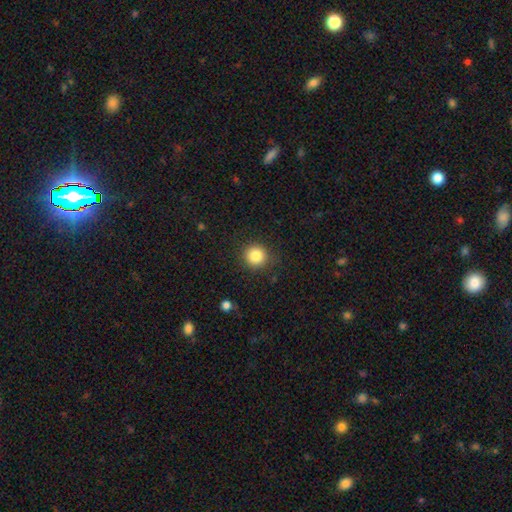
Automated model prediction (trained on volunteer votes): The model was most divided on "smooth or featured": smooth: 85%, star or artifact: 10%, featured or disk: 5%. More confident: how rounded — round (93%); merging — none (88%).